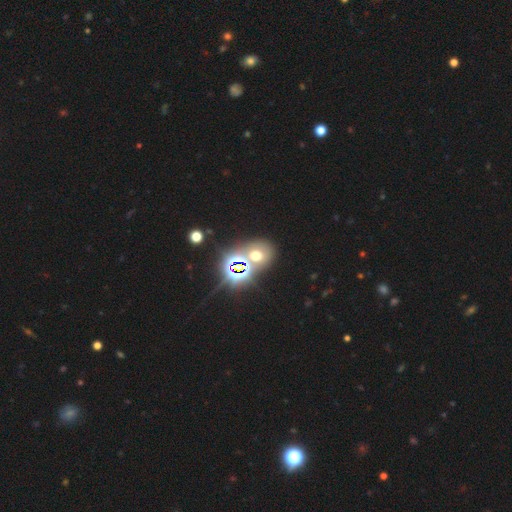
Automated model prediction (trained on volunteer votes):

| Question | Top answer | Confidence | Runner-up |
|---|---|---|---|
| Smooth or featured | star or artifact | 44% | smooth (41%) |